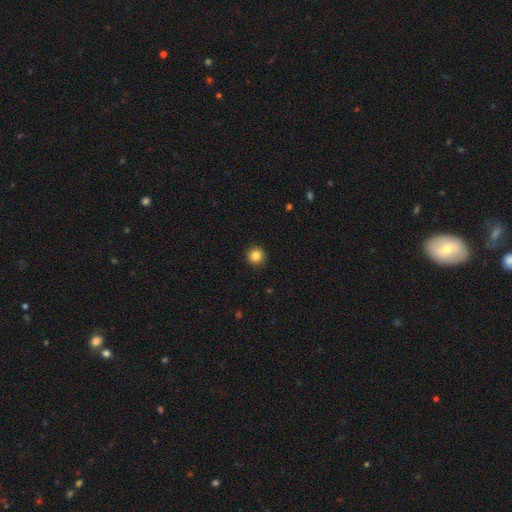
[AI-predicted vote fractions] Overall: smooth (84%). How rounded: round (95%). Merging: none (93%).